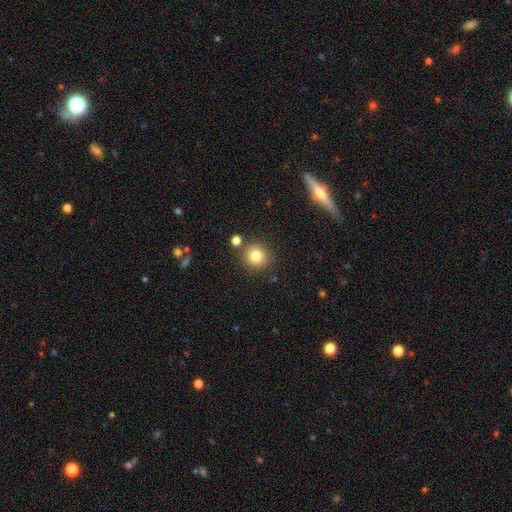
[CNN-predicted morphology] This appears to be a smooth galaxy with no disk features (80%) that is round (90%). Merging: none (82%).